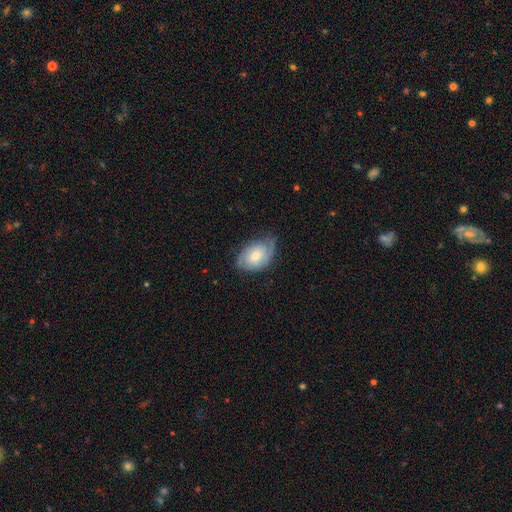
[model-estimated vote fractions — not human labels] The model was most divided on "spiral winding": tight: 48%, medium: 37%, loose: 15%. More confident: edge-on disk — no (95%); spiral arms — yes (89%); bar — no (70%); merging — none (67%); smooth or featured — featured or disk (62%); bulge size — moderate (58%); spiral arm count — 2 (56%).